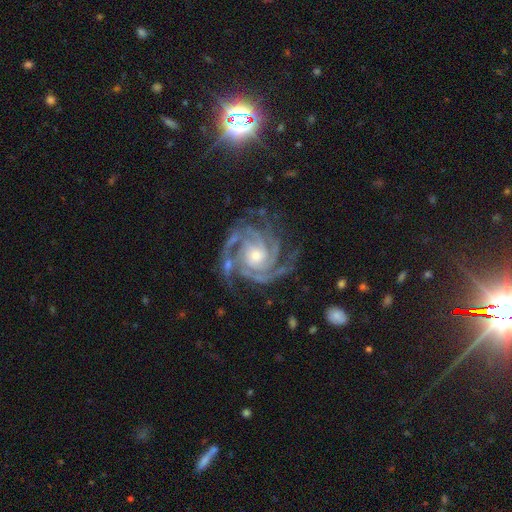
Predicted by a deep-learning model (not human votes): smooth_or_featured: featured or disk (p=0.93) [alt: star or artifact p=0.04]
disk_edge_on: no (p=0.98) [alt: yes p=0.02]
bar: no (p=0.67) [alt: weak p=0.23]
has_spiral_arms: yes (p=0.99) [alt: no p=0.01]
spiral_winding: tight (p=0.70) [alt: medium p=0.27]
spiral_arm_count: 3 (p=0.36) [alt: 4 p=0.30]
bulge_size: moderate (p=0.49) [alt: small p=0.43]
merging: none (p=0.74) [alt: minor disturbance p=0.16]